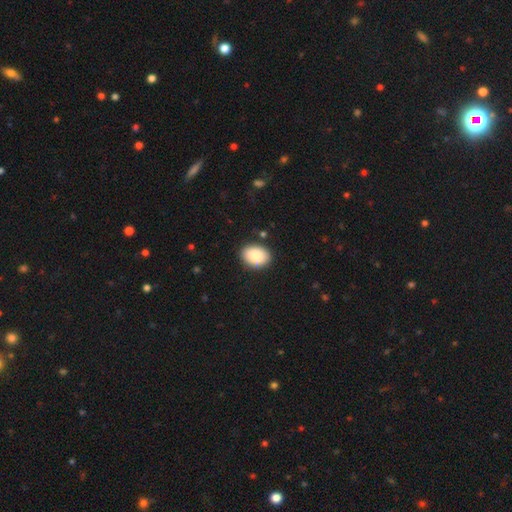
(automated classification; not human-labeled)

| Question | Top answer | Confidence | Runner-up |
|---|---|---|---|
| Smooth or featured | smooth | 86% | featured or disk (8%) |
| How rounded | in between | 79% | round (20%) |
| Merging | none | 84% | minor disturbance (12%) |